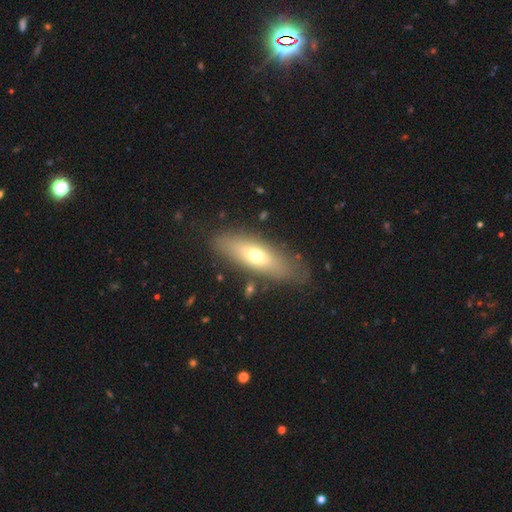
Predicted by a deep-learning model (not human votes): A smooth galaxy with no disk features (59%) that is in between round and cigar-shaped (53%).

Vote fractions:
- Smooth or featured? smooth: 59% / featured or disk: 34% / star or artifact: 7%
- How rounded? in between: 53% / cigar-shaped: 45% / round: 3%
- Merging? none: 79% / minor disturbance: 14% / major disturbance: 5% / merger: 3%